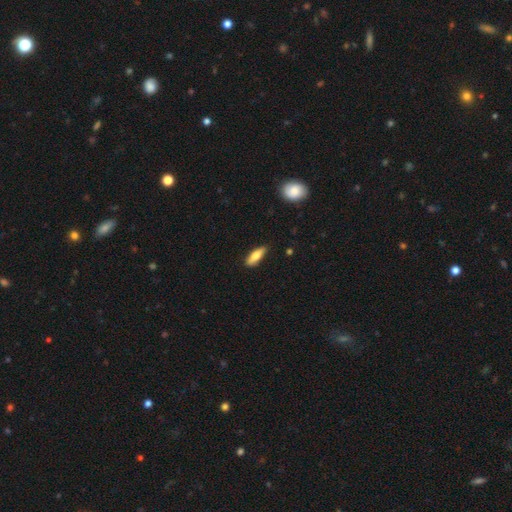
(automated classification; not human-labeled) Smooth or featured? Predicted: smooth (p=0.73). How rounded? Predicted: in between (p=0.55). Merging? Predicted: none (p=0.82).